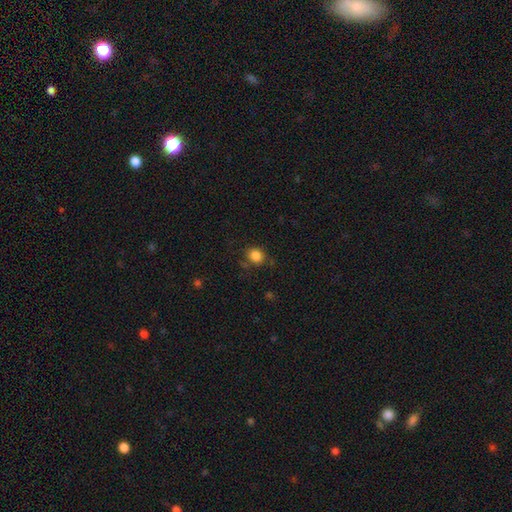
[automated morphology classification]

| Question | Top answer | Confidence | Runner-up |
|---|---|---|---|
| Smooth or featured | smooth | 84% | star or artifact (11%) |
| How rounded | round | 72% | in between (27%) |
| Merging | none | 78% | minor disturbance (14%) |